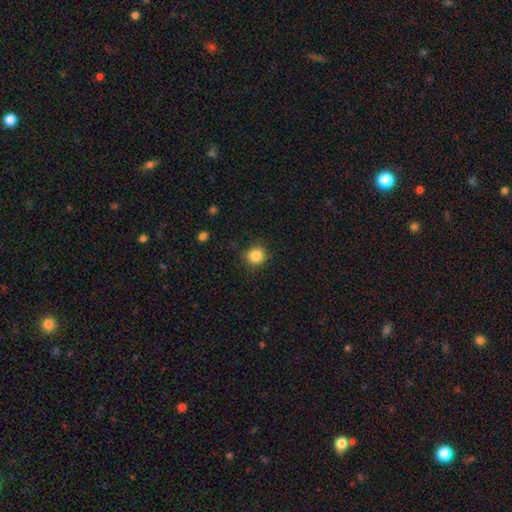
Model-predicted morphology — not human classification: A smooth galaxy with no disk features (85%) that is round (92%). Merging: none (89%).